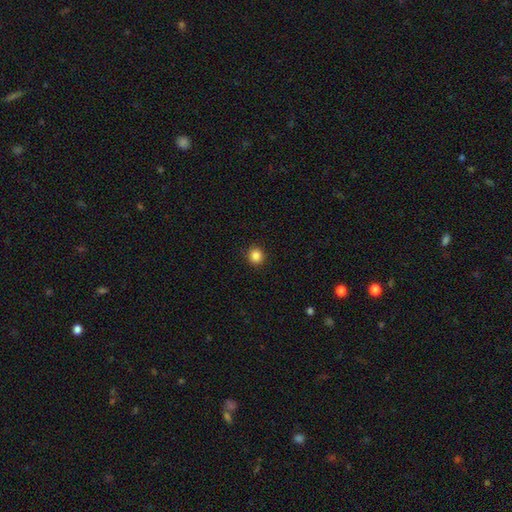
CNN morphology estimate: Smooth or featured?
  - smooth: 86% *
  - star or artifact: 11%
  - featured or disk: 4%
How rounded?
  - round: 92% *
  - in between: 7%
  - cigar-shaped: 1%
Merging?
  - none: 92% *
  - minor disturbance: 6%
  - major disturbance: 2%
  - merger: 1%